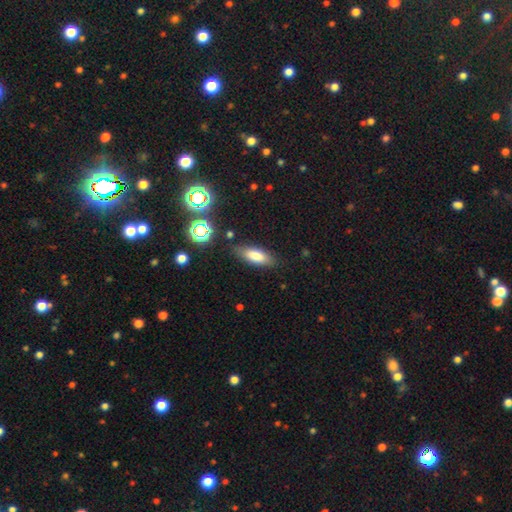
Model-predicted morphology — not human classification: type=smooth (77%); roundness=in between (74%); merging=none (81%).